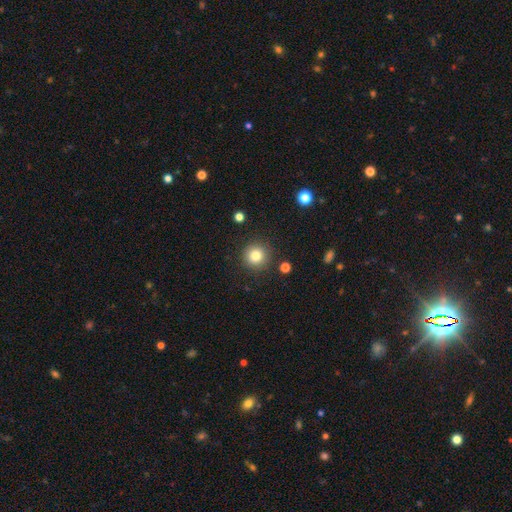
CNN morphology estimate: smooth 82%, star or artifact 11%, featured or disk 7%. Down the decision tree: how rounded — round (95%); merging — none (89%).